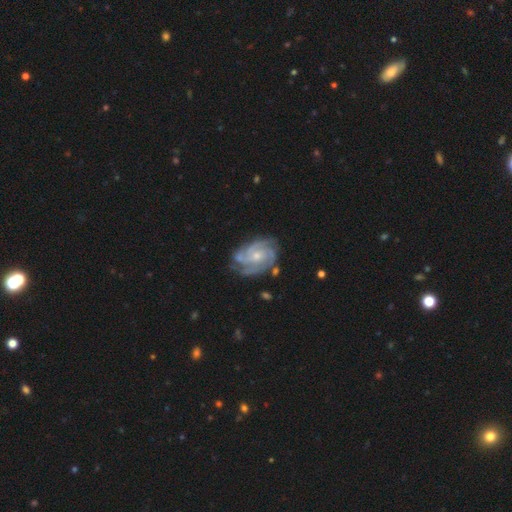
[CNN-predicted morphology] The model was most divided on "bulge size": small: 54%, moderate: 41%, none: 2%, large: 2%, dominant: 1%. Remaining: edge-on disk — no (98%); spiral arms — yes (98%); smooth or featured — featured or disk (89%); merging — none (71%); bar — no (64%); spiral winding — tight (62%); spiral arm count — 3 (40%).